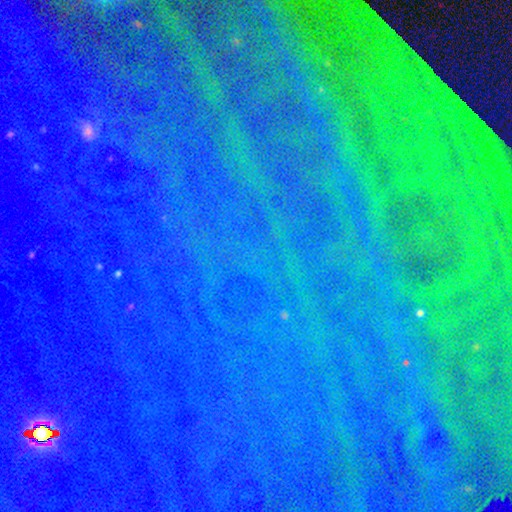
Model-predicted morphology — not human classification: Overall: star or artifact (84%).